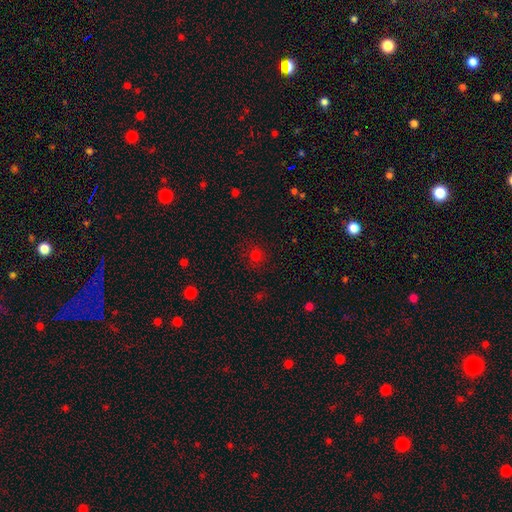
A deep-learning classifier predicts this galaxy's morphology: Smooth or featured? smooth (71%)
How rounded? round (89%)
Merging? none (82%)